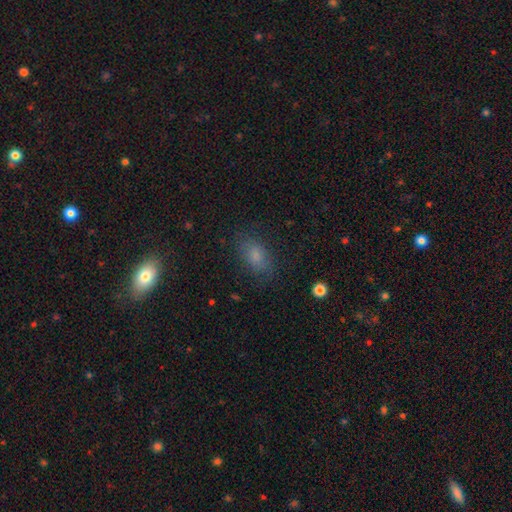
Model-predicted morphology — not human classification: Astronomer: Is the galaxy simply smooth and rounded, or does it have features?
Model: smooth — 76%.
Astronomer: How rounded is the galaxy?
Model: in between — 84%.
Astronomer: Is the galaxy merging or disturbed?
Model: none — 79%.